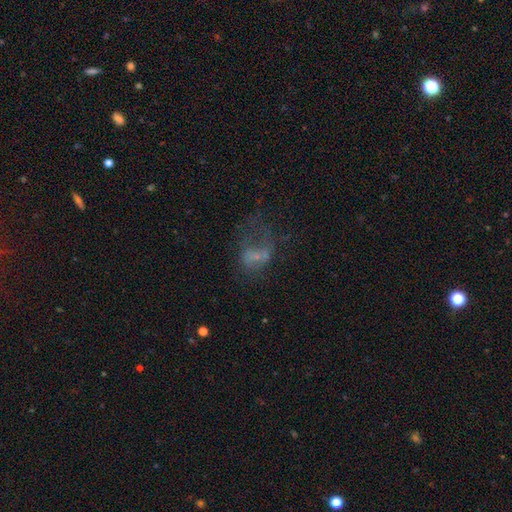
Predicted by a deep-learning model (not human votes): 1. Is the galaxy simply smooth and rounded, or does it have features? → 43% featured or disk, 35% smooth, 22% star or artifact.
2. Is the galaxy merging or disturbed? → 44% major disturbance, 26% none, 15% merger, 14% minor disturbance.